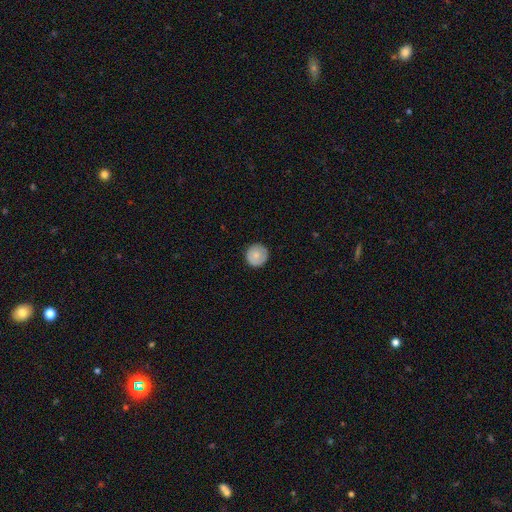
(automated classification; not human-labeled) Smooth or featured: smooth — 76% (featured or disk — 18%)
How rounded: round — 95% (in between — 4%)
Merging: none — 89% (minor disturbance — 8%)